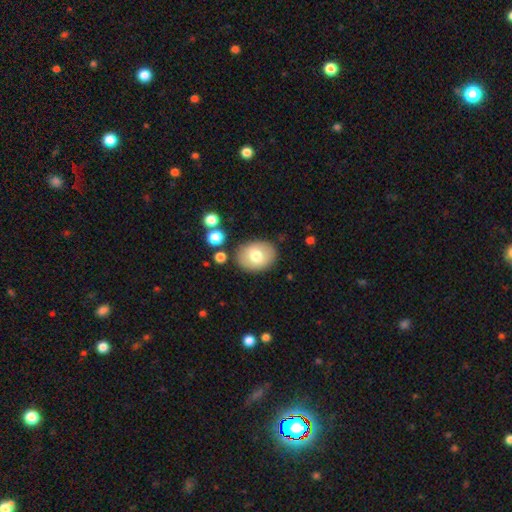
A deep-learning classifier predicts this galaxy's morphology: Overall: smooth (72%). How rounded: in between (61%; round 38%). Merging: none (84%).